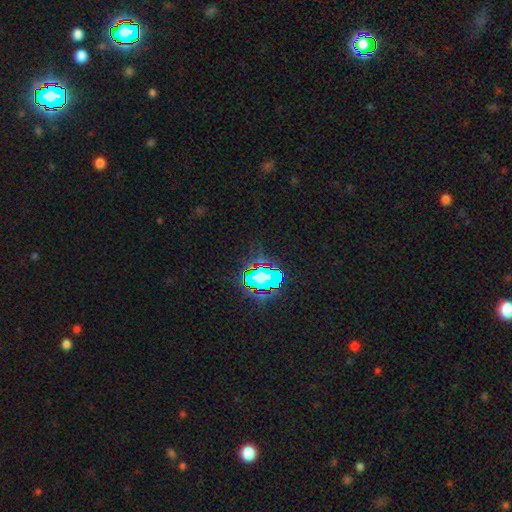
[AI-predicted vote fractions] Smooth or featured?
  - star or artifact: 80% *
  - smooth: 12%
  - featured or disk: 7%